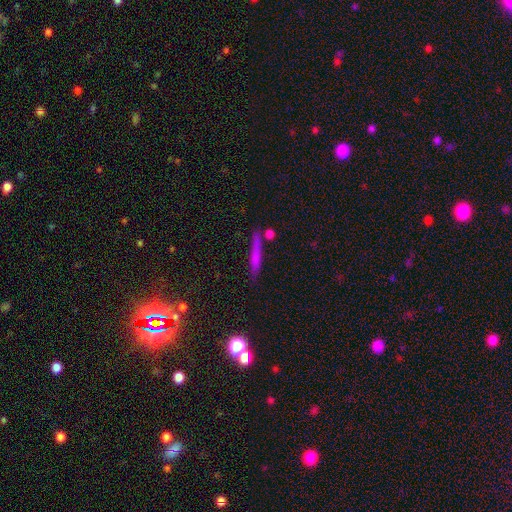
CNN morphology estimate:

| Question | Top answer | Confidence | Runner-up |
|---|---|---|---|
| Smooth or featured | smooth | 62% | featured or disk (27%) |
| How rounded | cigar-shaped | 92% | in between (6%) |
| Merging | none | 77% | minor disturbance (13%) |